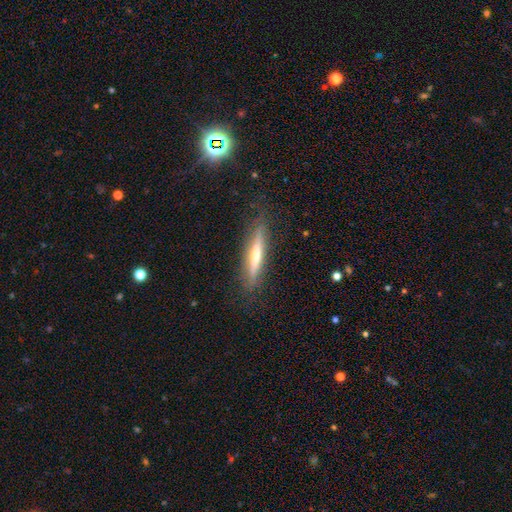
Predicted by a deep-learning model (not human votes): Smooth or featured?
  - featured or disk: 60% *
  - smooth: 31%
  - star or artifact: 8%
Edge-on disk?
  - yes: 93% *
  - no: 7%
Edge-on bulge?
  - rounded: 77% *
  - none: 18%
  - boxy: 5%
Merging?
  - none: 85% *
  - minor disturbance: 11%
  - major disturbance: 3%
  - merger: 1%